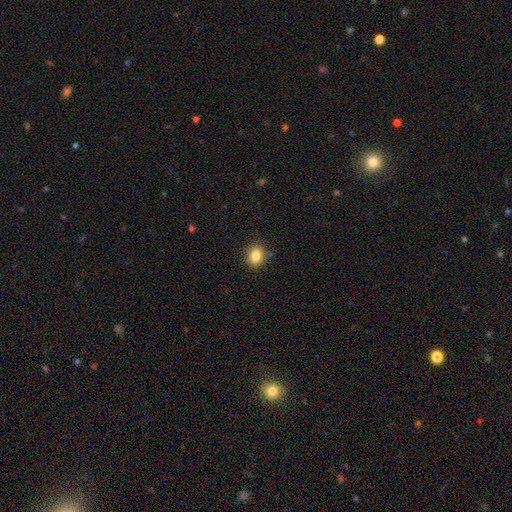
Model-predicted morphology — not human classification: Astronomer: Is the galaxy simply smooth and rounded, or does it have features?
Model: smooth — 85%.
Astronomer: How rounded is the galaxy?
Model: in between — 58% (runner-up: round, 40%).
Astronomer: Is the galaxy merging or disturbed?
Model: none — 87%.